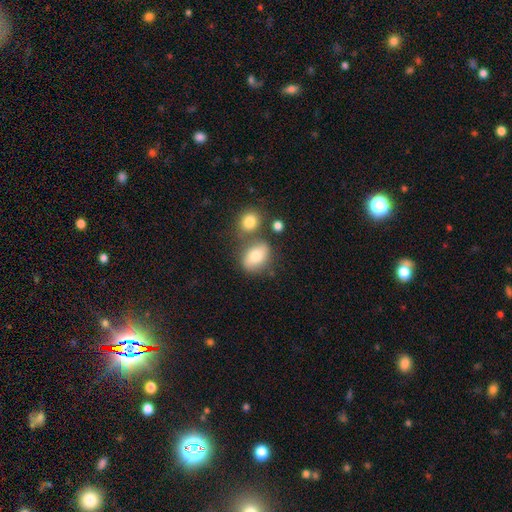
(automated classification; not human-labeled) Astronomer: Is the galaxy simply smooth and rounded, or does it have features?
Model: smooth — 74%.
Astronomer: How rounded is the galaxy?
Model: in between — 76%.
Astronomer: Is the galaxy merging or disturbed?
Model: none — 59%.